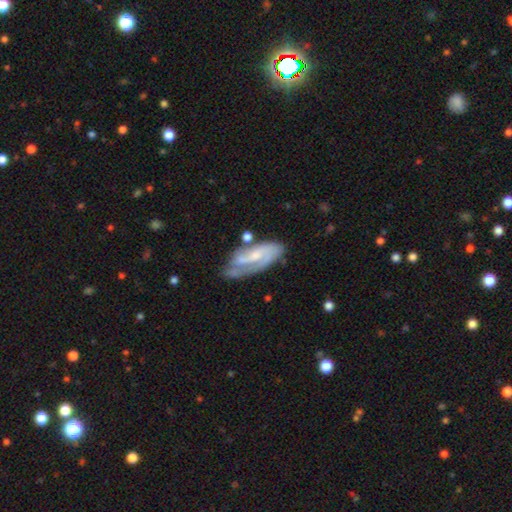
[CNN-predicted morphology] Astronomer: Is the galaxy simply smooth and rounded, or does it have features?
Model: featured or disk — 75%.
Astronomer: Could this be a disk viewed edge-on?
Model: no — 93%.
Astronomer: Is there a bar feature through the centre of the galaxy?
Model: no — 45% (runner-up: weak, 40%).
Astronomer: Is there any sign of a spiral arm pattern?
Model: yes — 90%.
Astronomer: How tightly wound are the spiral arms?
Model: medium — 42% (runner-up: tight, 40%).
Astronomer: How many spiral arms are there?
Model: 2 — 55%.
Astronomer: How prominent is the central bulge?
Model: small — 54% (runner-up: moderate, 31%).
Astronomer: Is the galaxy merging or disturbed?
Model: none — 53%.